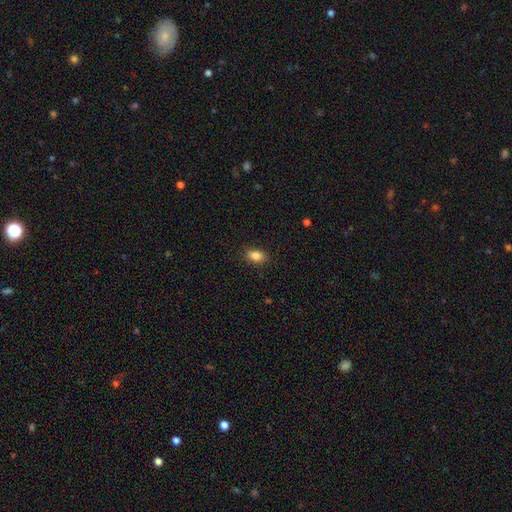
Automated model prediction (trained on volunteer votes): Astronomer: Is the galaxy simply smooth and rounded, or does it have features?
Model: smooth — 85%.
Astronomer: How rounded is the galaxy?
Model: in between — 87%.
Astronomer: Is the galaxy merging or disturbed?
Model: none — 87%.